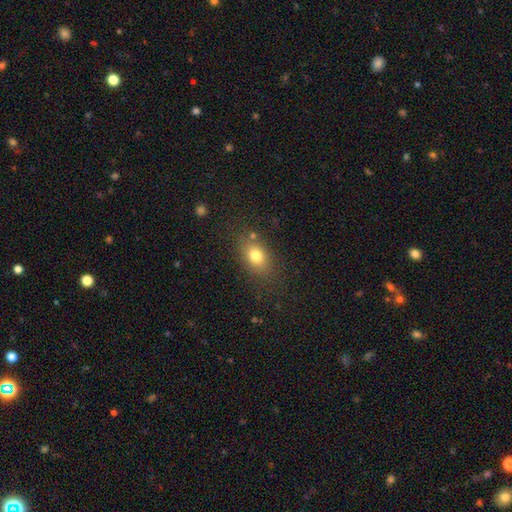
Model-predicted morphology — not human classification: A smooth galaxy with no disk features (78%) that is in between round and cigar-shaped (75%). Merging: none (78%).